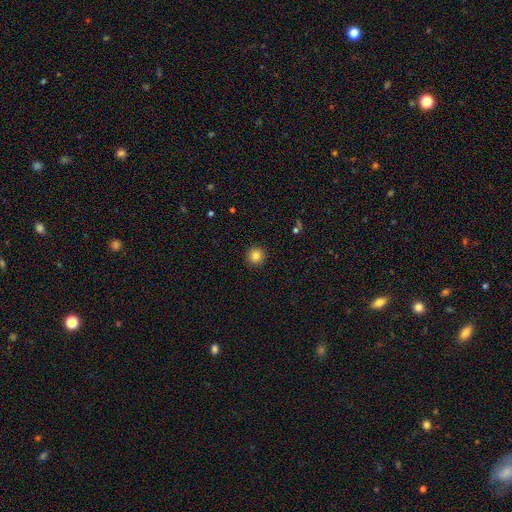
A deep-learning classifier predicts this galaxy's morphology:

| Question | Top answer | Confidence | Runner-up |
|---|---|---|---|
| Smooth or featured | smooth | 83% | star or artifact (11%) |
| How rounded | round | 95% | in between (4%) |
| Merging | none | 93% | minor disturbance (5%) |